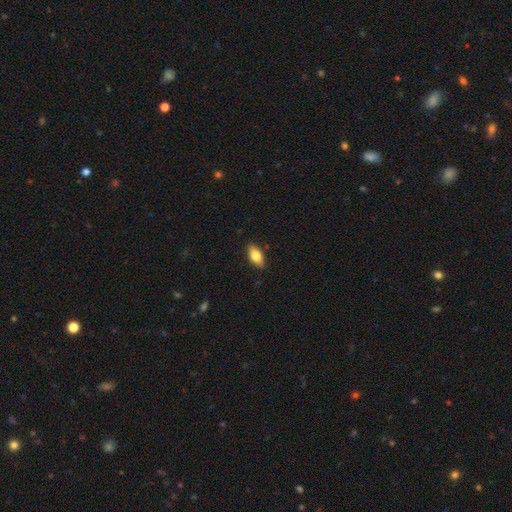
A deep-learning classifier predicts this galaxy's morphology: smooth-or-featured: smooth: 75% | featured or disk: 18% | star or artifact: 7%
  how-rounded: in between: 88% | cigar-shaped: 9% | round: 4%
  merging: none: 86% | minor disturbance: 11% | major disturbance: 2% | merger: 1%